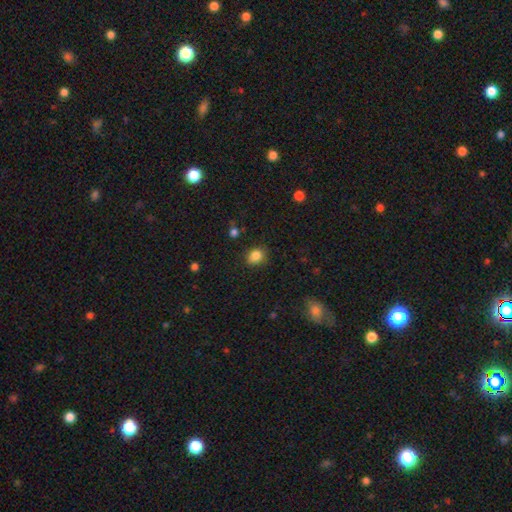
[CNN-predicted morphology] A smooth galaxy with no disk features (85%) that is round (53%). Merging: none (77%).